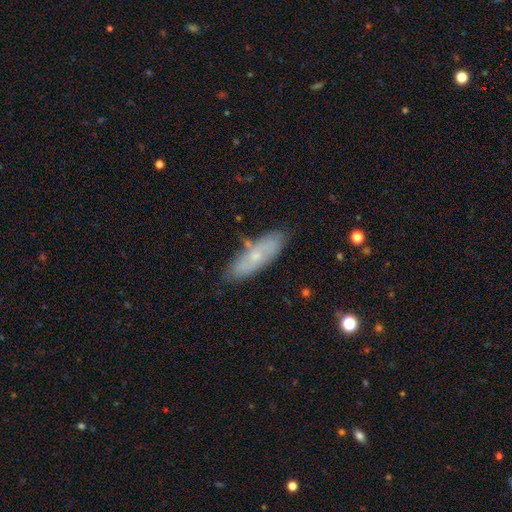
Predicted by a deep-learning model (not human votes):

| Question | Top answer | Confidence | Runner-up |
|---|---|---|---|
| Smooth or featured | smooth | 51% | featured or disk (41%) |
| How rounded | in between | 50% | cigar-shaped (47%) |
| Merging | none | 77% | minor disturbance (16%) |